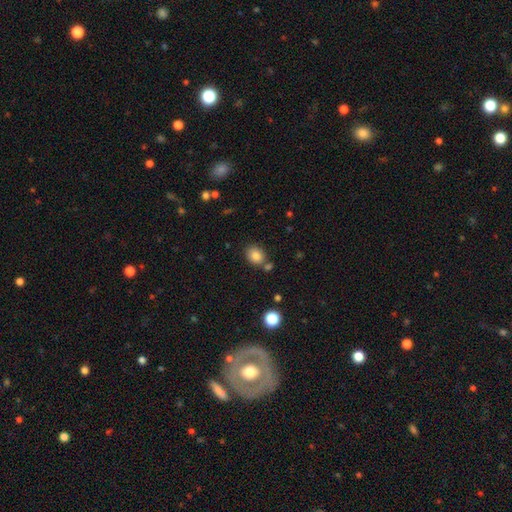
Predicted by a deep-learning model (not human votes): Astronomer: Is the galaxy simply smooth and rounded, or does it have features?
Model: smooth — 84%.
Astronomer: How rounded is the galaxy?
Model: in between — 53% (runner-up: round, 46%).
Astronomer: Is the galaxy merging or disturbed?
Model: none — 71%.